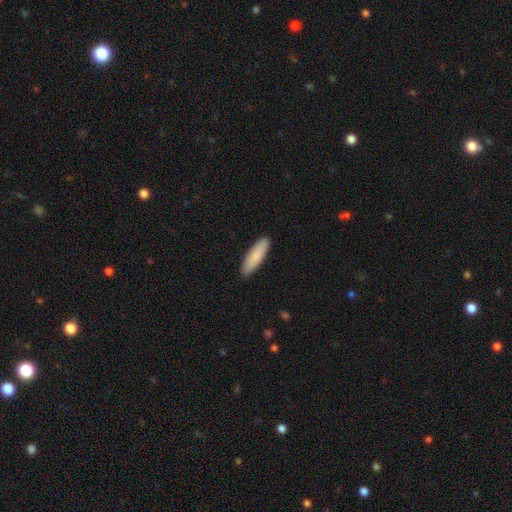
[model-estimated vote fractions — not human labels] A smooth galaxy with no disk features (85%) that is cigar-shaped (59%).

Vote fractions:
- Smooth or featured? smooth: 85% / featured or disk: 9% / star or artifact: 5%
- How rounded? cigar-shaped: 59% / in between: 40% / round: 1%
- Merging? none: 90% / minor disturbance: 8% / major disturbance: 1% / merger: 1%